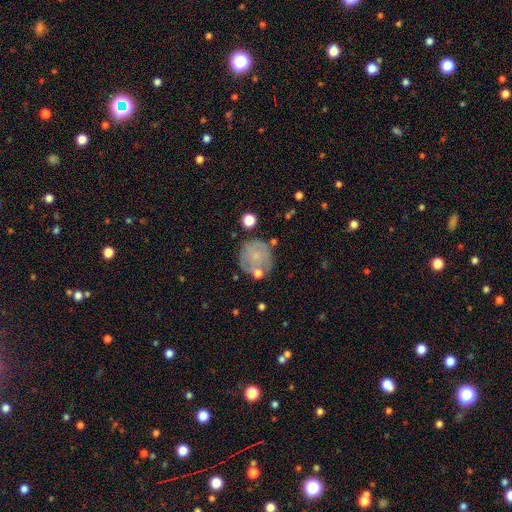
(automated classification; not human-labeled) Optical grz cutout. It shows a smooth galaxy with no disk features (57%) that is round (86%). Merging: none (65%).